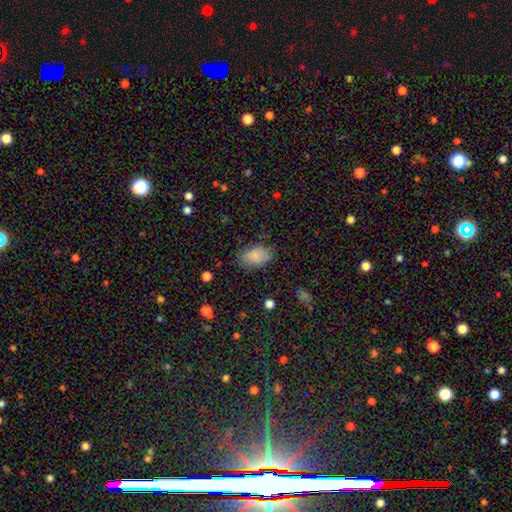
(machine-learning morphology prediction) Smooth or featured? smooth (84%)
How rounded? in between (92%)
Merging? none (78%)